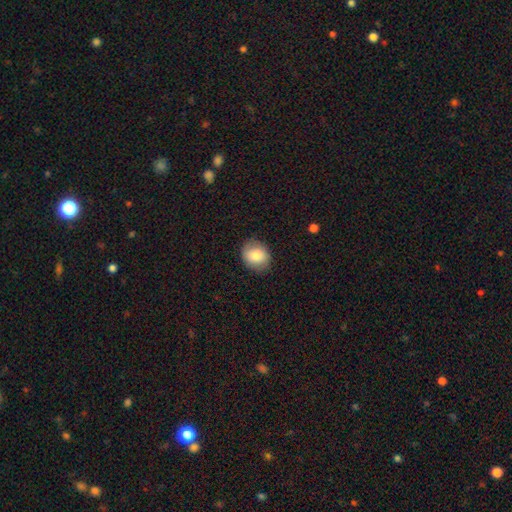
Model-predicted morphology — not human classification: The model was most divided on "how rounded": round: 57%, in between: 42%, cigar-shaped: 1%. More confident: merging — none (84%); smooth or featured — smooth (81%).